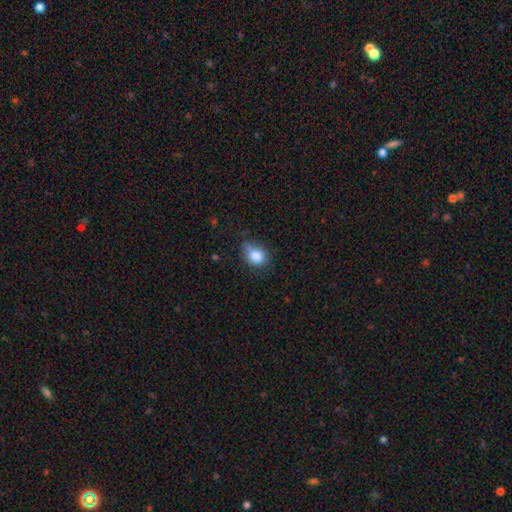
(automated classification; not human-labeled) Q: Smooth or featured?
A: smooth (83%); runner-up: star or artifact (9%)
Q: How rounded?
A: in between (69%); runner-up: round (30%)
Q: Merging?
A: none (48%); runner-up: minor disturbance (38%)